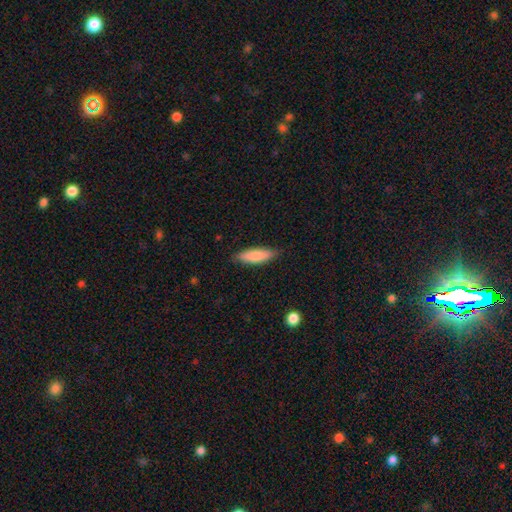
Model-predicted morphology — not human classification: A smooth galaxy with no disk features (81%) that is cigar-shaped (53%).

Vote fractions:
- Smooth or featured? smooth: 81% / featured or disk: 13% / star or artifact: 6%
- How rounded? cigar-shaped: 53% / in between: 45% / round: 2%
- Merging? none: 84% / minor disturbance: 13% / major disturbance: 2% / merger: 1%